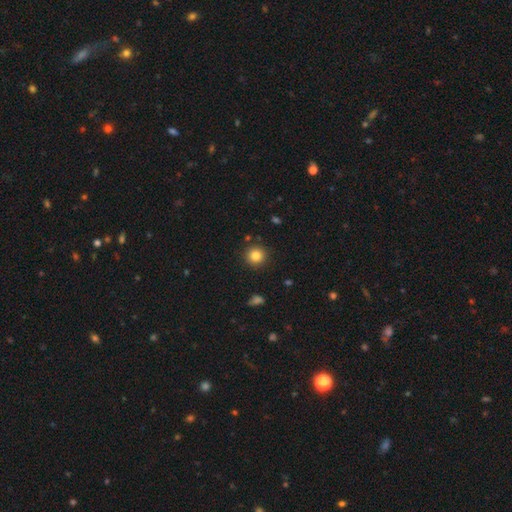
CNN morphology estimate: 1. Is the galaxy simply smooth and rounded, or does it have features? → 82% smooth, 11% star or artifact, 7% featured or disk.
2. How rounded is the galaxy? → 94% round, 5% in between, 1% cigar-shaped.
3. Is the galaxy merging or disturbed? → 90% none, 6% minor disturbance, 2% major disturbance, 2% merger.